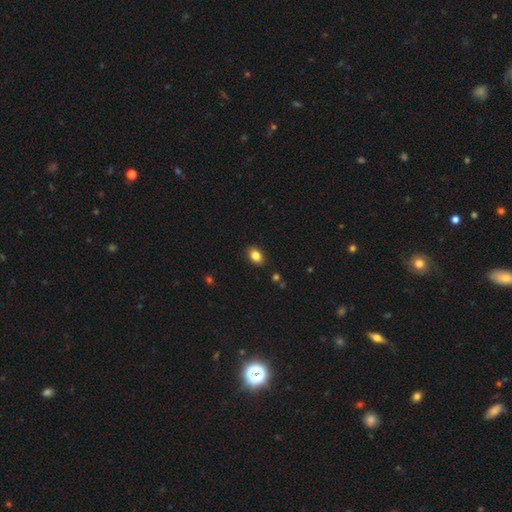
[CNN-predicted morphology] smooth 83%, star or artifact 9%, featured or disk 8%. Down the decision tree: how rounded — in between (81%); merging — none (87%).